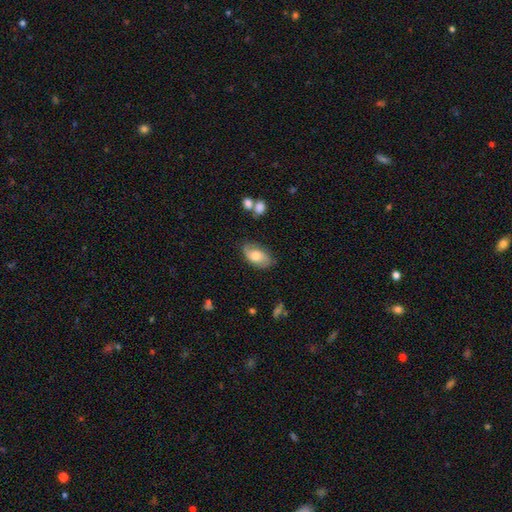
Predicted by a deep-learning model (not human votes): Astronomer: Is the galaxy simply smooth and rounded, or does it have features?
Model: featured or disk — 49% (runner-up: smooth, 44%).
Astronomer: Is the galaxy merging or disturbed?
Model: none — 72%.